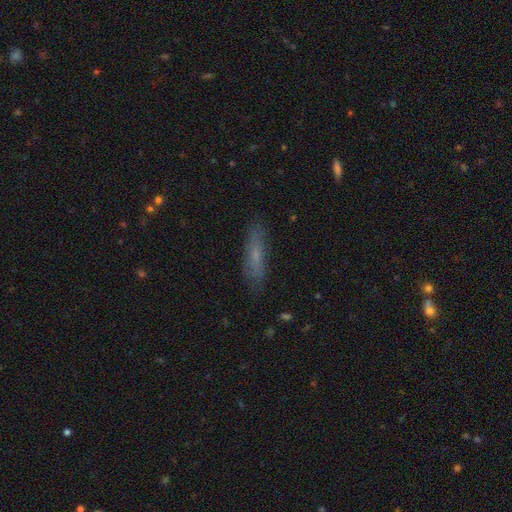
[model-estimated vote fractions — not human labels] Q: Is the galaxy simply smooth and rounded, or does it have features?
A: smooth — 61%.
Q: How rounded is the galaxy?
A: cigar-shaped — 75%.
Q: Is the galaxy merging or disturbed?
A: none — 83%.